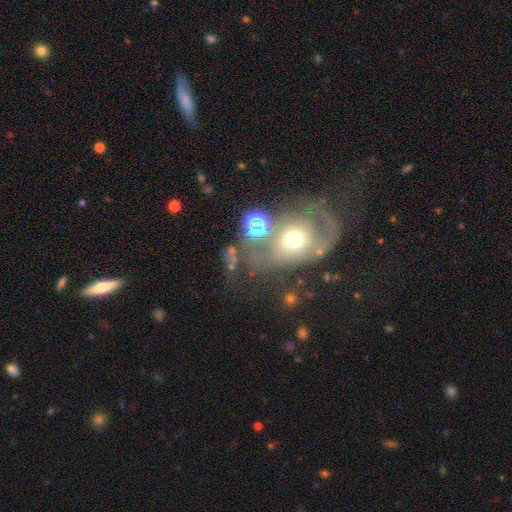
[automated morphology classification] Smooth or featured?
  - featured or disk: 58% *
  - smooth: 29%
  - star or artifact: 13%
Edge-on disk?
  - no: 95% *
  - yes: 5%
Bar?
  - no: 81% *
  - weak: 15%
  - strong: 5%
Spiral arms?
  - yes: 59% *
  - no: 41%
Bulge size?
  - moderate: 65% *
  - small: 20%
  - large: 10%
  - dominant: 2%
  - none: 2%
Merging?
  - none: 39% *
  - major disturbance: 28%
  - minor disturbance: 19%
  - merger: 15%